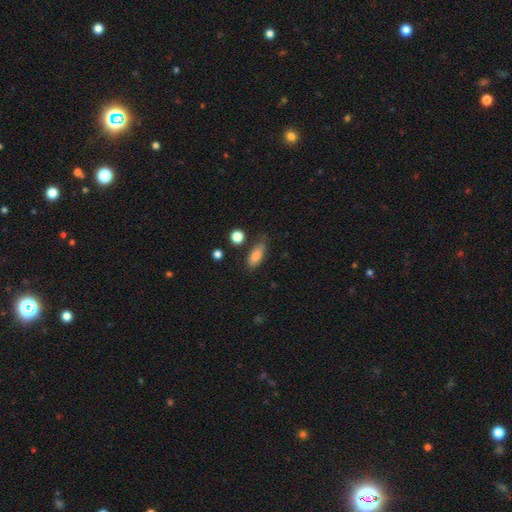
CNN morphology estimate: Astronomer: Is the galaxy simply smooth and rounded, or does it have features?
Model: smooth — 82%.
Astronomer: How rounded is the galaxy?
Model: in between — 78%.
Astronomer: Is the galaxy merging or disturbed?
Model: none — 68%.